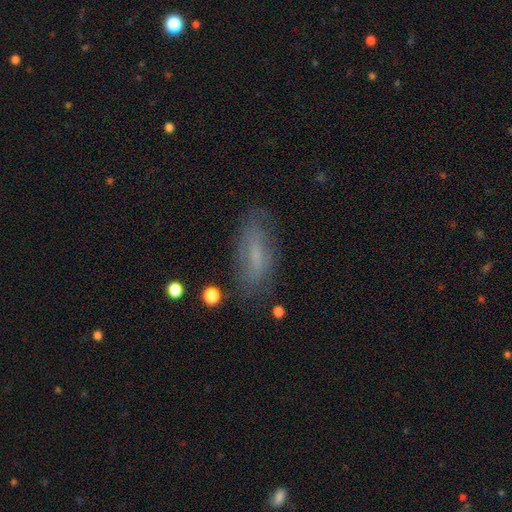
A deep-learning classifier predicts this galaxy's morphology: Smooth or featured: smooth — 55% (featured or disk — 35%)
How rounded: in between — 69% (cigar-shaped — 28%)
Merging: none — 70% (minor disturbance — 20%)